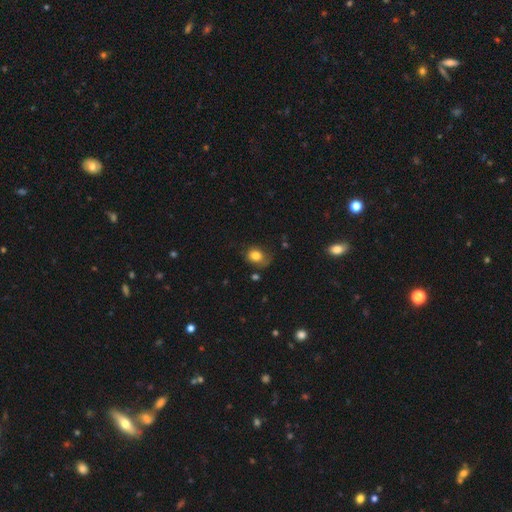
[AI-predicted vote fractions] A smooth galaxy with no disk features (79%) that is round (51%). Merging: none (57%).